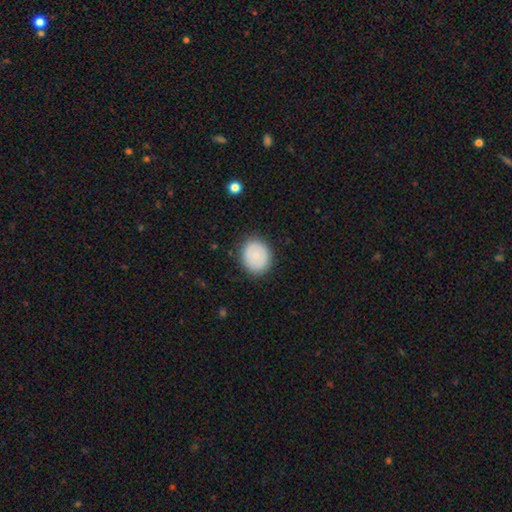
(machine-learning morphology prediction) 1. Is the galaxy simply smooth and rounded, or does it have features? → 75% smooth, 18% featured or disk, 7% star or artifact.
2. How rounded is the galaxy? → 65% round, 34% in between, 1% cigar-shaped.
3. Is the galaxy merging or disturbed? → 86% none, 10% minor disturbance, 3% major disturbance, 1% merger.